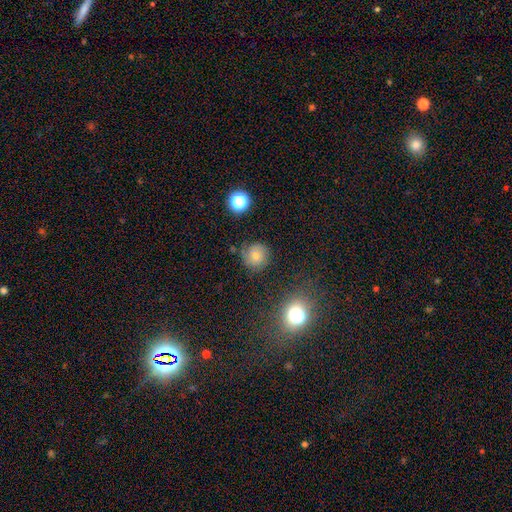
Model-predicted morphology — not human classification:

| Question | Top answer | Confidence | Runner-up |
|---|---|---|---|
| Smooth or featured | smooth | 69% | featured or disk (16%) |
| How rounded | round | 91% | in between (8%) |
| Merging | none | 76% | minor disturbance (16%) |